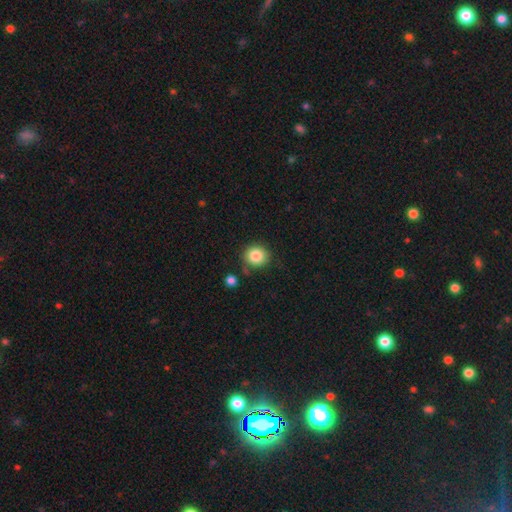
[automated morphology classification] A smooth galaxy with no disk features (84%) that is round (88%).

Vote fractions:
- Smooth or featured? smooth: 84% / star or artifact: 10% / featured or disk: 6%
- How rounded? round: 88% / in between: 11% / cigar-shaped: 1%
- Merging? none: 79% / minor disturbance: 13% / merger: 5% / major disturbance: 4%